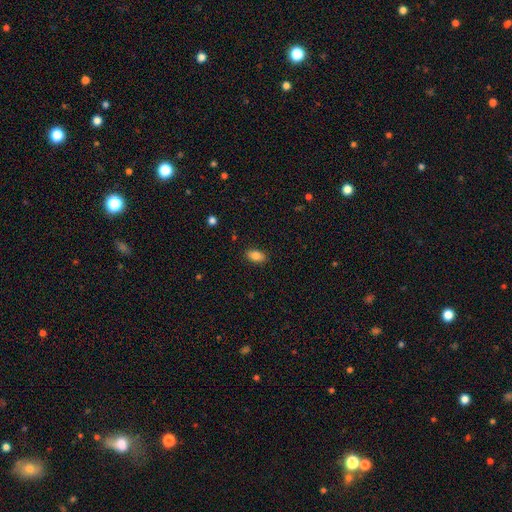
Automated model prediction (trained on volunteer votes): Smooth or featured?
  - smooth: 84% *
  - star or artifact: 8%
  - featured or disk: 8%
How rounded?
  - in between: 91% *
  - round: 6%
  - cigar-shaped: 3%
Merging?
  - none: 88% *
  - minor disturbance: 9%
  - major disturbance: 2%
  - merger: 1%